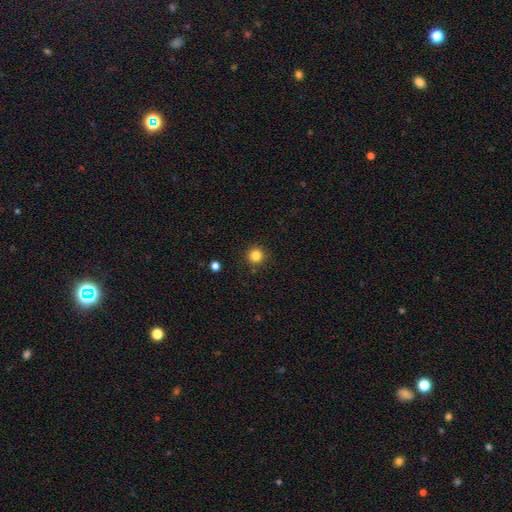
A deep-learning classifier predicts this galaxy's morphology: A smooth galaxy with no disk features (84%) that is round (95%).

Vote fractions:
- Smooth or featured? smooth: 84% / star or artifact: 12% / featured or disk: 4%
- How rounded? round: 95% / in between: 4% / cigar-shaped: 1%
- Merging? none: 91% / minor disturbance: 6% / major disturbance: 2% / merger: 1%